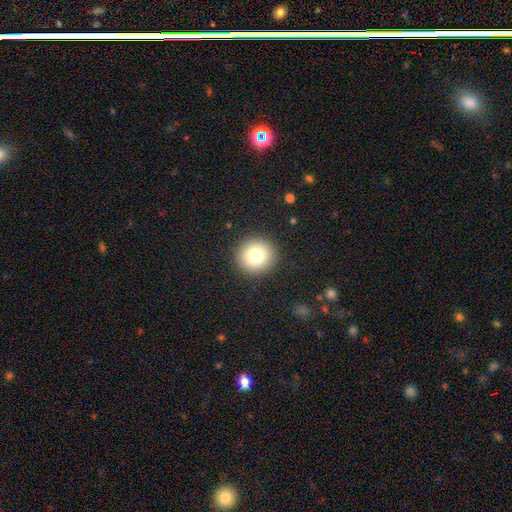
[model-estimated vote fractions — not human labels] smooth_or_featured: smooth (p=0.79) [alt: star or artifact p=0.11]
how_rounded: round (p=0.94) [alt: in between p=0.05]
merging: none (p=0.92) [alt: minor disturbance p=0.05]